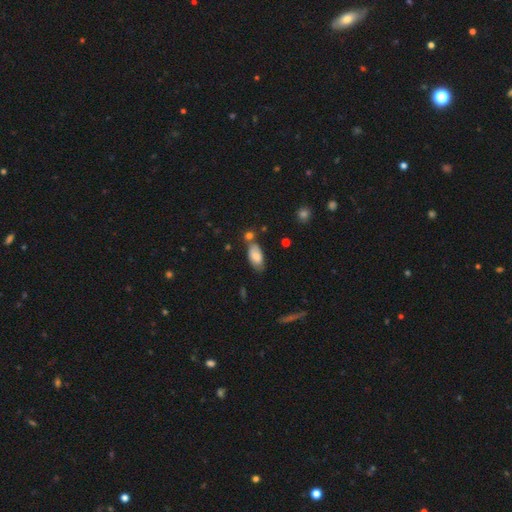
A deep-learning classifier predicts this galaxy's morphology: Smooth or featured?
  - smooth: 81% *
  - featured or disk: 12%
  - star or artifact: 7%
How rounded?
  - in between: 90% *
  - cigar-shaped: 7%
  - round: 3%
Merging?
  - none: 59% *
  - minor disturbance: 22%
  - merger: 14%
  - major disturbance: 6%